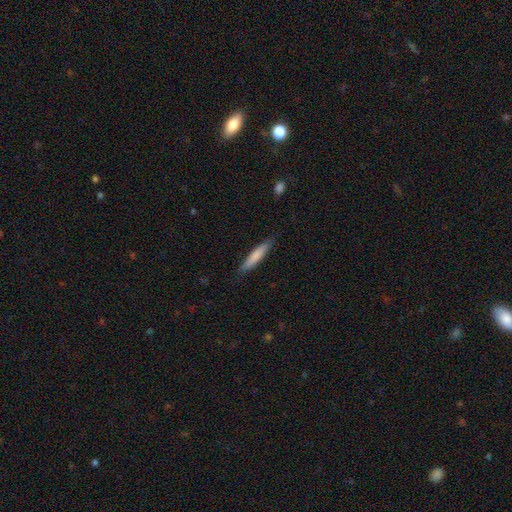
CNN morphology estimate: type=smooth (78%); roundness=cigar-shaped (88%); merging=none (85%).